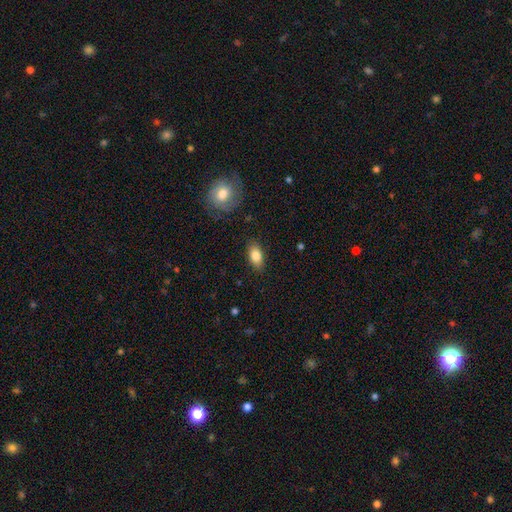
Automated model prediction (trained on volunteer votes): Smooth or featured: smooth — 82% (featured or disk — 10%)
How rounded: in between — 88% (round — 6%)
Merging: none — 84% (minor disturbance — 12%)